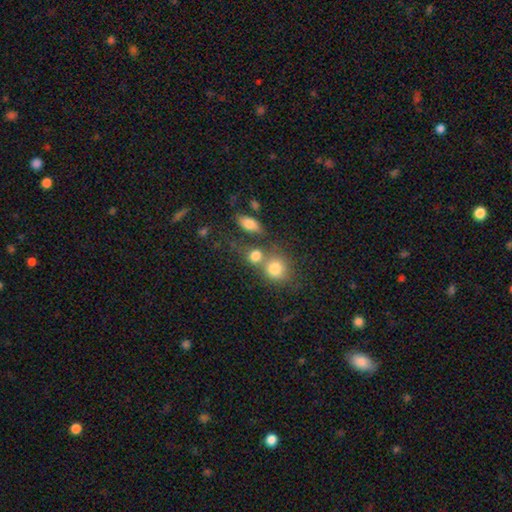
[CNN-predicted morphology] This is likely a smooth galaxy (80%). How rounded: likely round (65%). Merging: marginally none (42%, tied with merger).